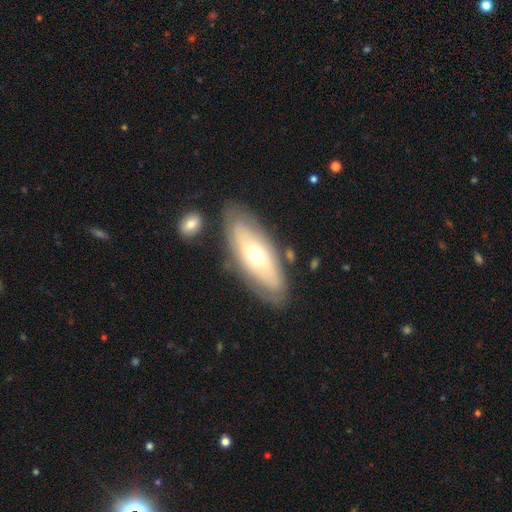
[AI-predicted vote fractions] featured or disk 51%, smooth 43%, star or artifact 6%. Down the decision tree: edge-on disk — no (76%); merging — none (77%).